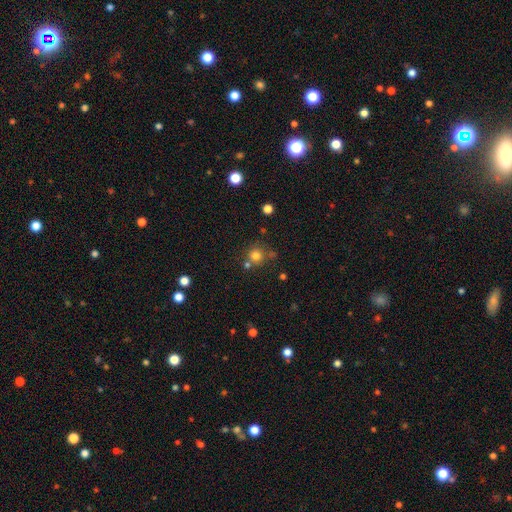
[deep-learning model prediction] Smooth or featured? Predicted: smooth (p=0.76). How rounded? Predicted: round (p=0.90). Merging? Predicted: none (p=0.65).